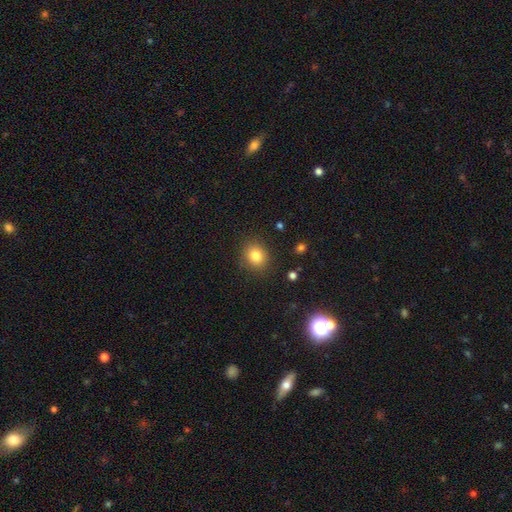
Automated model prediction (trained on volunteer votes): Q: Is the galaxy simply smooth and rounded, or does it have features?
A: smooth — 81%.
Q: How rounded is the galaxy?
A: round — 80%.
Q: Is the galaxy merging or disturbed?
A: none — 87%.